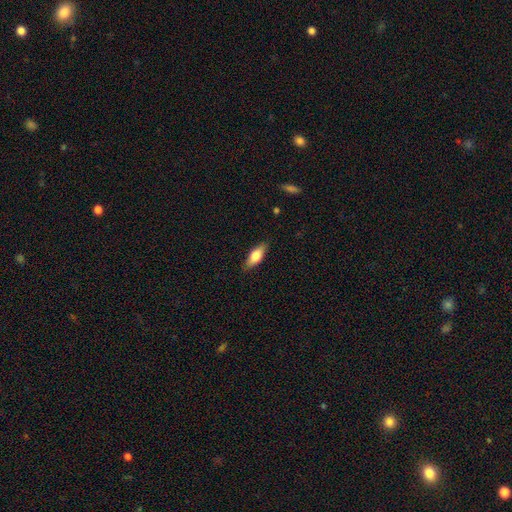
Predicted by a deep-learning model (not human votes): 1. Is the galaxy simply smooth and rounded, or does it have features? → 71% smooth, 23% featured or disk, 6% star or artifact.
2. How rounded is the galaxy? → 71% in between, 27% cigar-shaped, 3% round.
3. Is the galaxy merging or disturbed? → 86% none, 11% minor disturbance, 2% major disturbance, 1% merger.